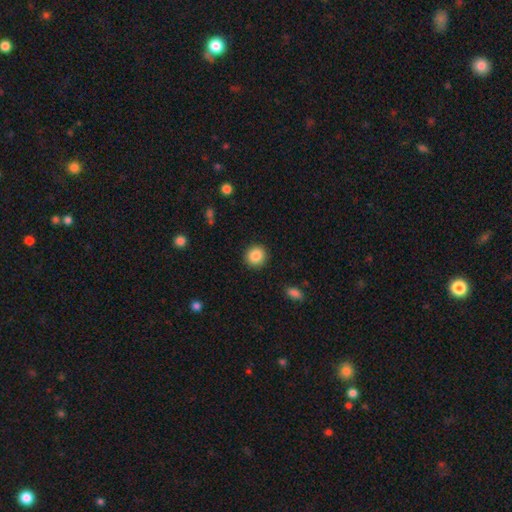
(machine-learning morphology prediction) This appears to be a smooth galaxy with no disk features (87%) that is round (91%). Merging: none (91%).